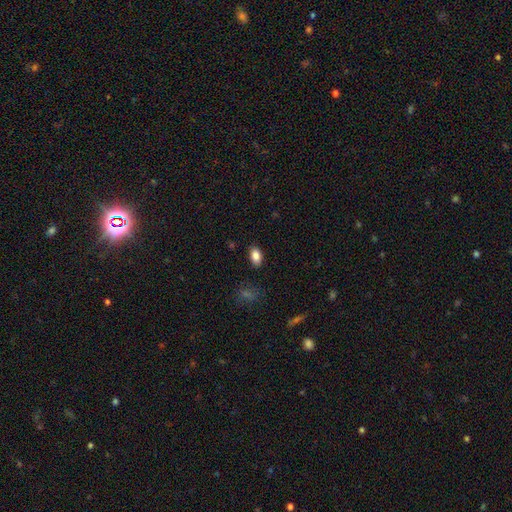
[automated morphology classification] smooth_or_featured: smooth (p=0.86) [alt: star or artifact p=0.08]
how_rounded: in between (p=0.89) [alt: round p=0.09]
merging: none (p=0.87) [alt: minor disturbance p=0.10]